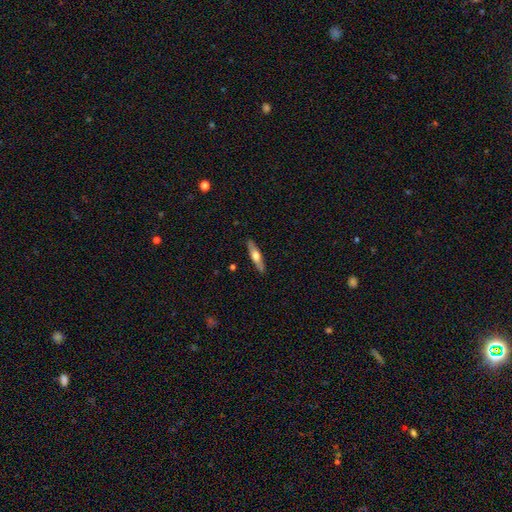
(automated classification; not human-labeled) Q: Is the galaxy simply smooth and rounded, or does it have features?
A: smooth — 50%.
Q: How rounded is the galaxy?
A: cigar-shaped — 78%.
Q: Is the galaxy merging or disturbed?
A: none — 90%.